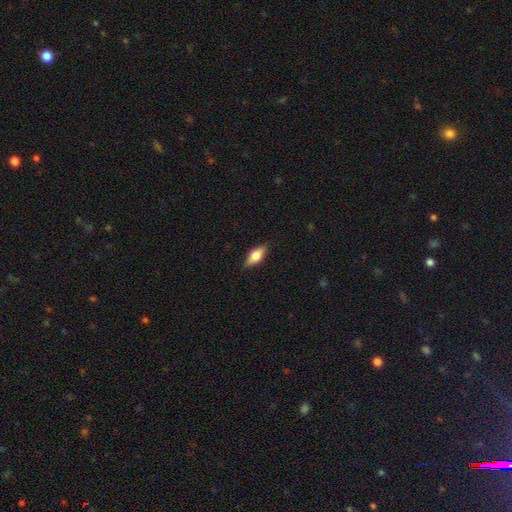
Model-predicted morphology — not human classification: The model was most divided on "smooth or featured": smooth: 69%, featured or disk: 24%, star or artifact: 7%. More confident: merging — none (85%); how rounded — in between (80%).